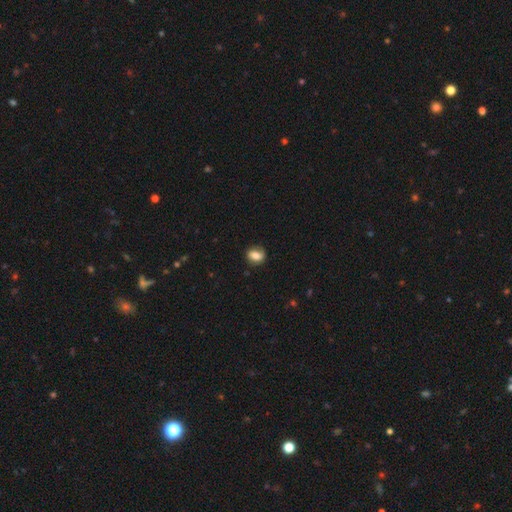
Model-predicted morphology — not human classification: Smooth or featured? smooth (76%)
How rounded? in between (61%)
Merging? none (79%)